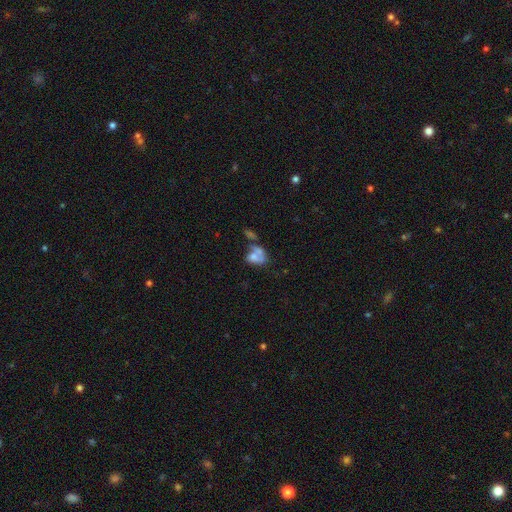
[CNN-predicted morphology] smooth-or-featured: smooth: 56% | featured or disk: 33% | star or artifact: 11%
  how-rounded: in between: 72% | round: 26% | cigar-shaped: 2%
  merging: merger: 54% | none: 18% | major disturbance: 16% | minor disturbance: 12%